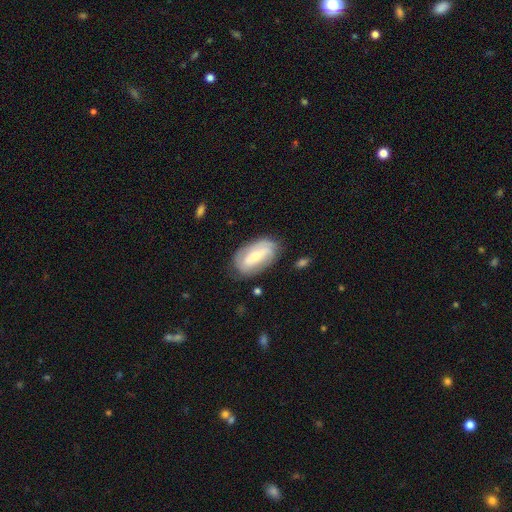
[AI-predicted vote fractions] Smooth or featured? Predicted: featured or disk (p=0.55). Edge-on disk? Predicted: no (p=0.92). Bar? Predicted: strong (p=0.37). Spiral arms? Predicted: yes (p=0.71). Bulge size? Predicted: small (p=0.47). Merging? Predicted: none (p=0.73).